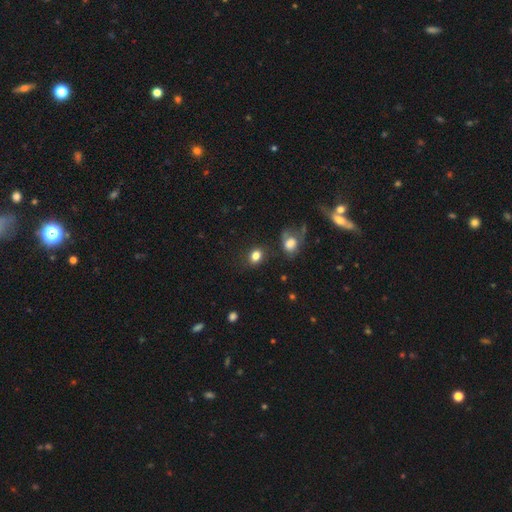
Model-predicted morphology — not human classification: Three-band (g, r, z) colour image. It shows a smooth galaxy with no disk features (82%) that is in between round and cigar-shaped (52%). Merging: none (78%).